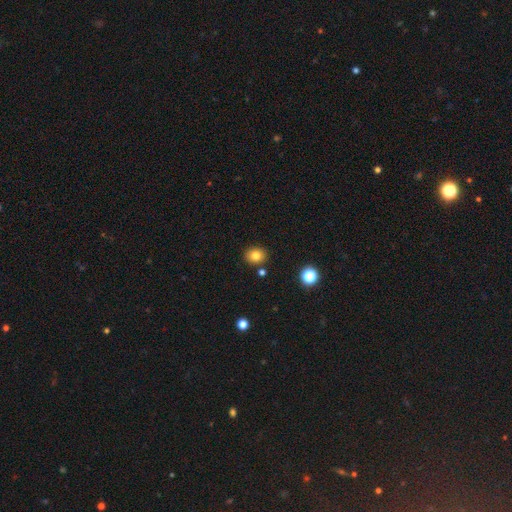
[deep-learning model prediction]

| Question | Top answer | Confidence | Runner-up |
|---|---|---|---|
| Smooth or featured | smooth | 80% | star or artifact (12%) |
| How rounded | round | 67% | in between (32%) |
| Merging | none | 85% | minor disturbance (8%) |